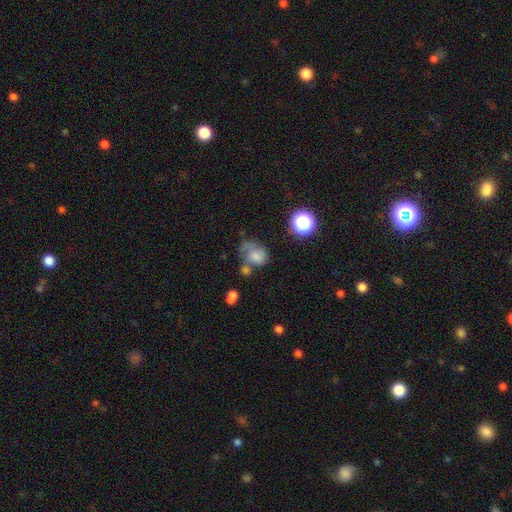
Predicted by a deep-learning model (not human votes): A smooth galaxy with no disk features (62%) that is in between round and cigar-shaped (52%). Merging: major disturbance (31%).